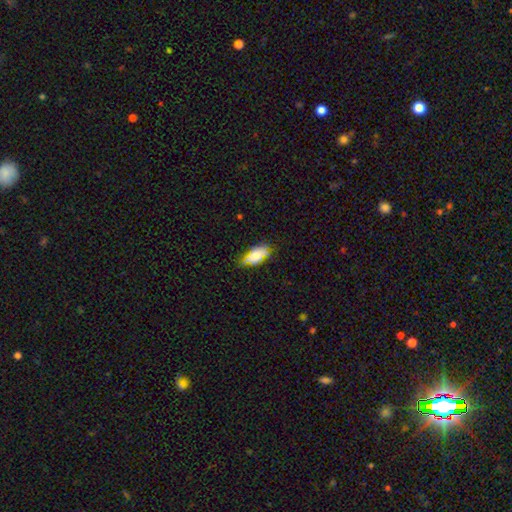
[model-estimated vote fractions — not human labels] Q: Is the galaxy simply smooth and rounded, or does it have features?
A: smooth — 70%.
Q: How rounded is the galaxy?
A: in between — 85%.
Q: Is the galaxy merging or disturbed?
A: none — 63%.